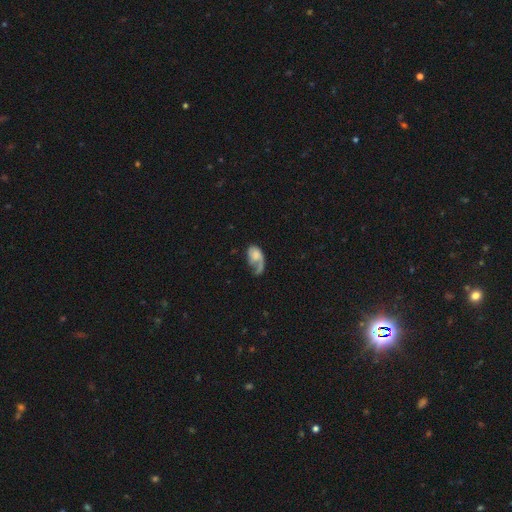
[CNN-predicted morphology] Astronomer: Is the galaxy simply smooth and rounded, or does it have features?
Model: featured or disk — 56% (runner-up: smooth, 37%).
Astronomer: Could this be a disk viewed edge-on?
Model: no — 97%.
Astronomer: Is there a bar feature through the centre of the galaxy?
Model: no — 77%.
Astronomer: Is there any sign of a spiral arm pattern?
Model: yes — 81%.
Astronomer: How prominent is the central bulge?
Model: none — 37% (runner-up: small, 27%).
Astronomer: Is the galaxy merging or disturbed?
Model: major disturbance — 45% (runner-up: none, 28%).